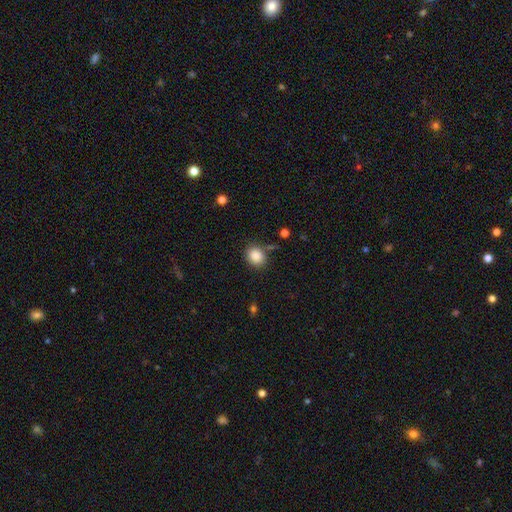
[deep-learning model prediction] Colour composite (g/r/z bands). It shows a smooth galaxy with no disk features (86%) that is round (70%). Merging: none (79%).